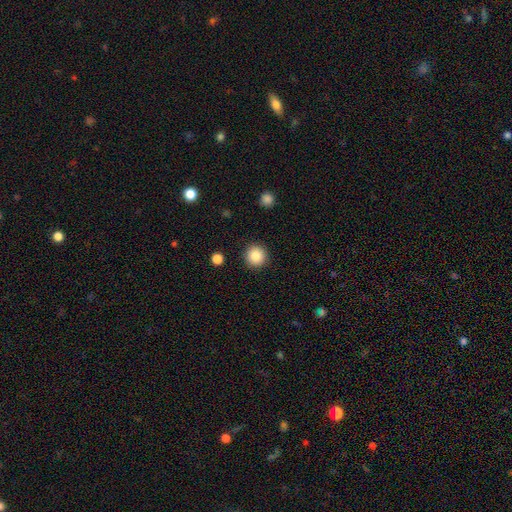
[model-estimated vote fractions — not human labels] Overall: smooth (85%). How rounded: round (95%). Merging: none (92%).